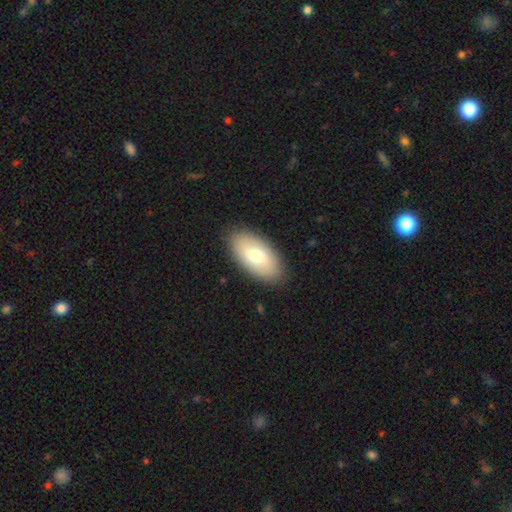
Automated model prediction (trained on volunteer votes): Q: Smooth or featured?
A: smooth (68%); runner-up: featured or disk (26%)
Q: How rounded?
A: in between (94%); runner-up: cigar-shaped (3%)
Q: Merging?
A: none (88%); runner-up: minor disturbance (9%)